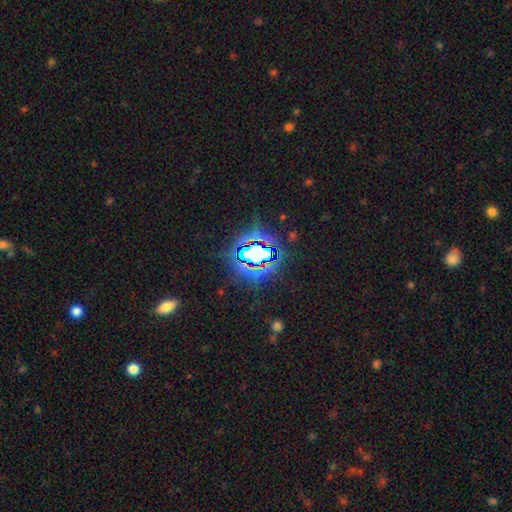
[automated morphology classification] Smooth or featured? Predicted: star or artifact (p=0.72).